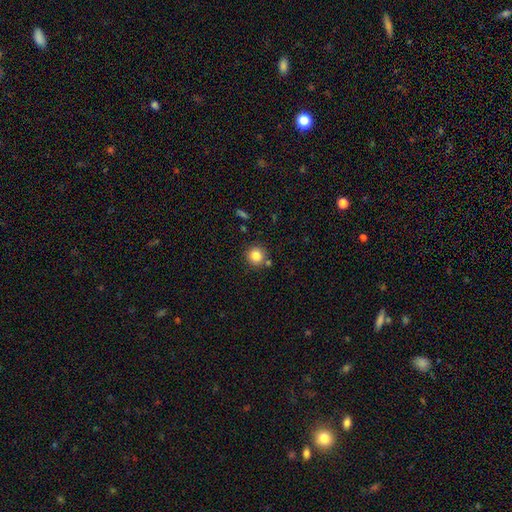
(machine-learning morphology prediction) type=smooth (84%); roundness=round (93%); merging=none (80%).